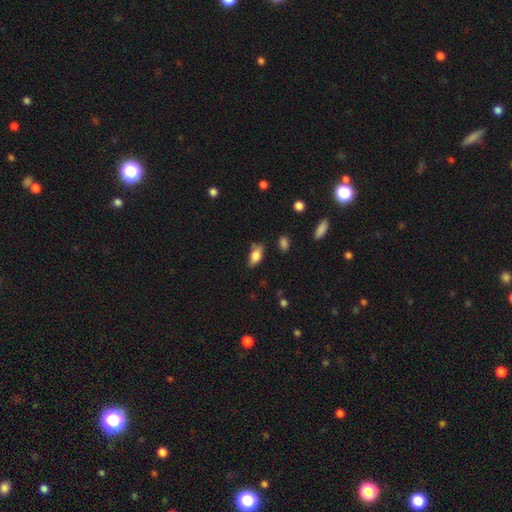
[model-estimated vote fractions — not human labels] Smooth or featured? Predicted: smooth (p=0.78). How rounded? Predicted: in between (p=0.87). Merging? Predicted: none (p=0.68).